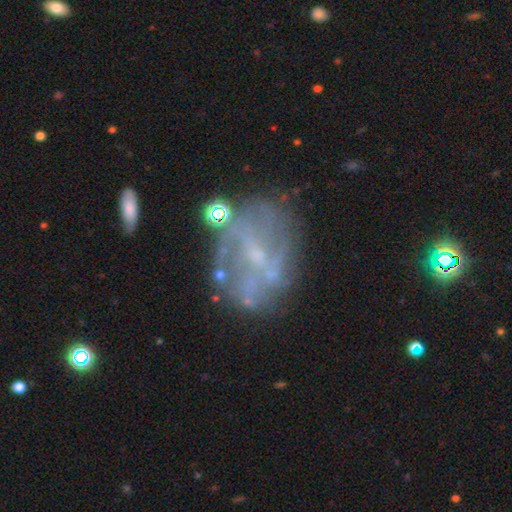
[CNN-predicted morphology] Smooth or featured? featured or disk (70%)
Edge-on disk? no (97%)
Bar? no (46%)
Spiral arms? no (51%)
Bulge size? small (62%)
Merging? none (58%)